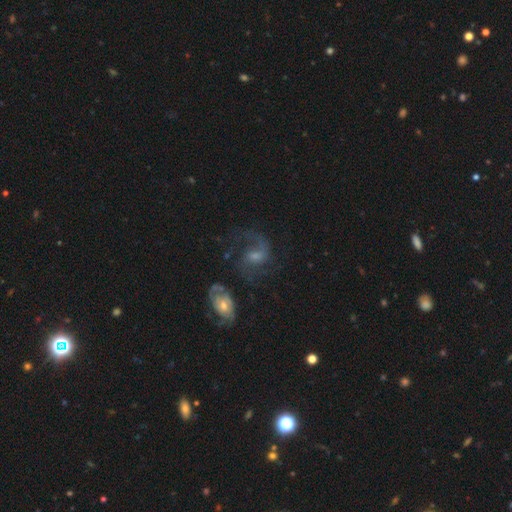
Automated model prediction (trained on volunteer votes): smooth_or_featured: featured or disk (p=0.79) [alt: smooth p=0.11]
disk_edge_on: no (p=0.97) [alt: yes p=0.03]
bar: weak (p=0.50) [alt: no p=0.35]
has_spiral_arms: yes (p=0.94) [alt: no p=0.06]
spiral_winding: medium (p=0.50) [alt: loose p=0.38]
spiral_arm_count: 2 (p=0.82) [alt: 1 p=0.08]
bulge_size: moderate (p=0.42) [alt: small p=0.39]
merging: none (p=0.59) [alt: major disturbance p=0.17]